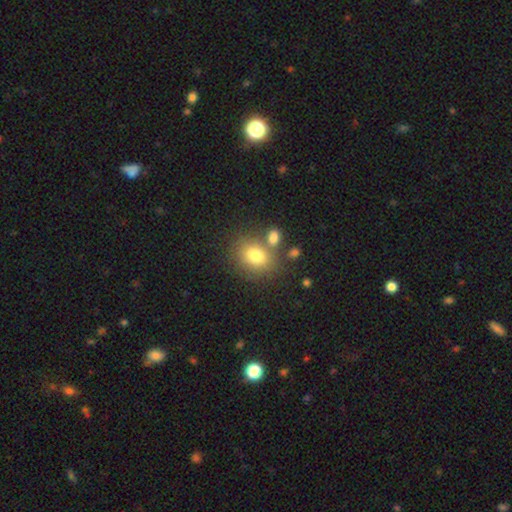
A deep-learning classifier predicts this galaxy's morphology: This is likely a smooth galaxy (77%). How rounded: possibly in between (52%). Merging: likely none (64%).